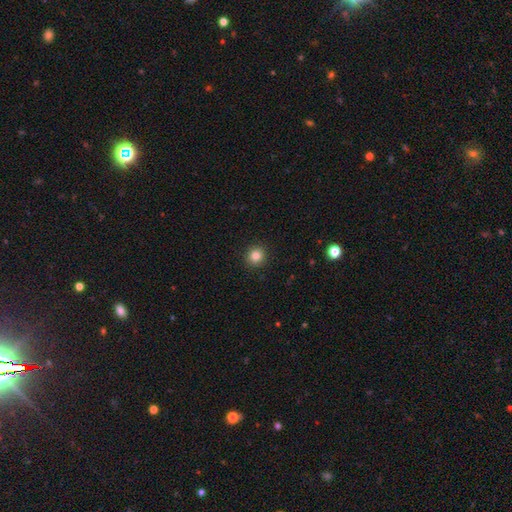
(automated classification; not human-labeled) Smooth or featured: smooth — 83% (star or artifact — 11%)
How rounded: round — 92% (in between — 7%)
Merging: none — 92% (minor disturbance — 5%)